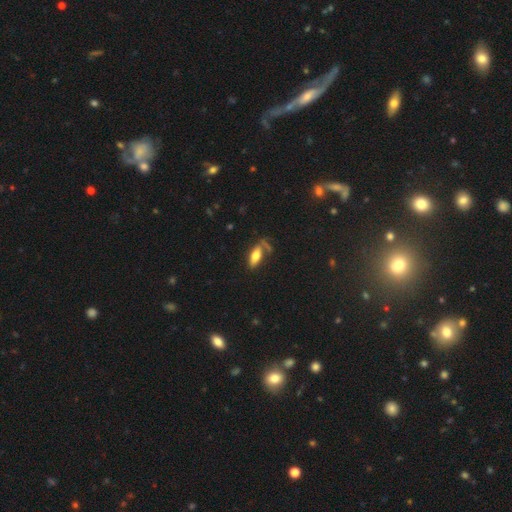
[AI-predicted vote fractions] Smooth or featured? Predicted: smooth (p=0.68). How rounded? Predicted: in between (p=0.70). Merging? Predicted: none (p=0.65).